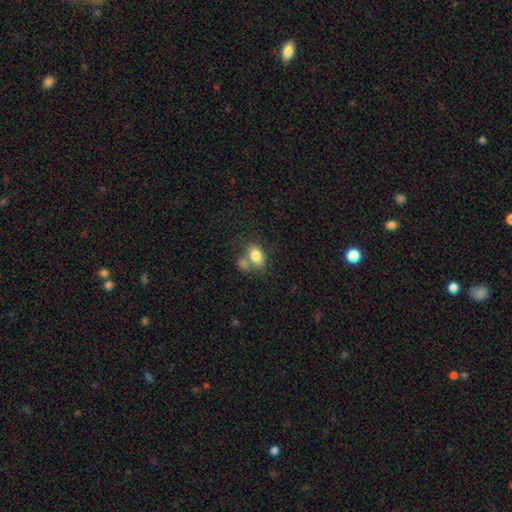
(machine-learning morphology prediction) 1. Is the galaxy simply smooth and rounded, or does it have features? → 81% smooth, 10% featured or disk, 9% star or artifact.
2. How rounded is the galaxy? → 71% in between, 27% round, 1% cigar-shaped.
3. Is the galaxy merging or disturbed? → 40% none, 39% merger, 14% minor disturbance, 7% major disturbance.